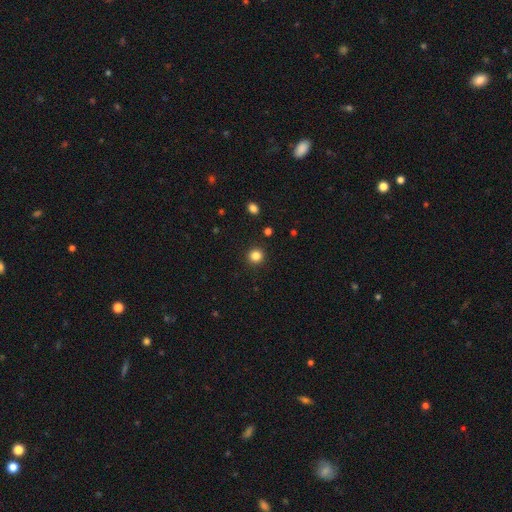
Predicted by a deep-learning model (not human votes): This appears to be a smooth galaxy with no disk features (84%) that is round (92%). Merging: none (92%).